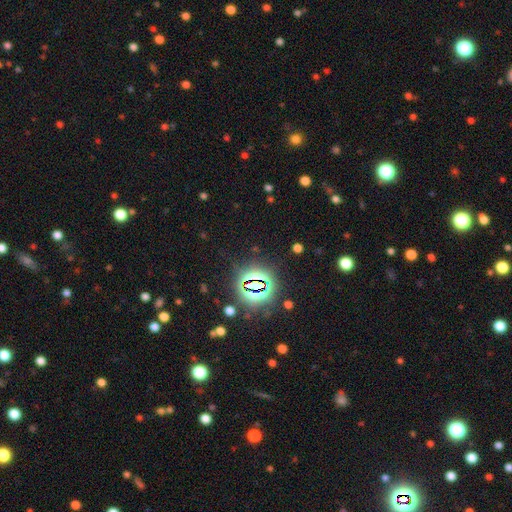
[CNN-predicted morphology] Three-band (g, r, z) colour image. It shows a star or artifact, not a galaxy (82%).